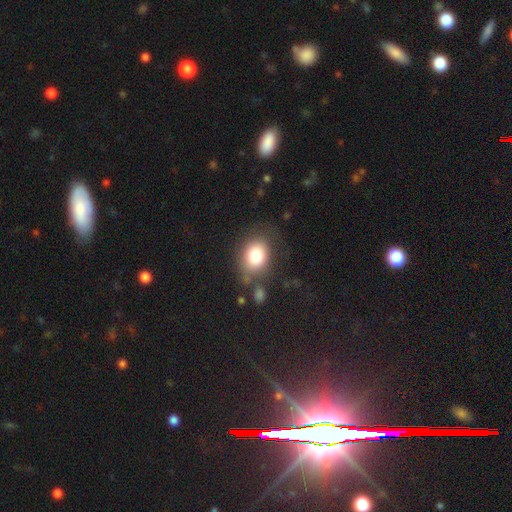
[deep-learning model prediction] A smooth galaxy with no disk features (80%) that is in between round and cigar-shaped (56%). Merging: none (61%).